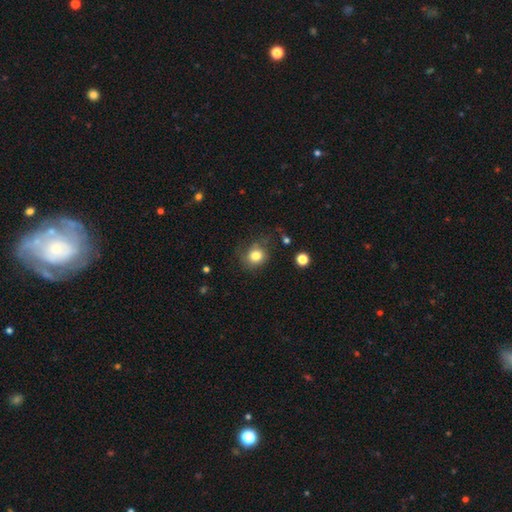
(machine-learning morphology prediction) A smooth galaxy with no disk features (81%) that is round (79%). Merging: none (67%).